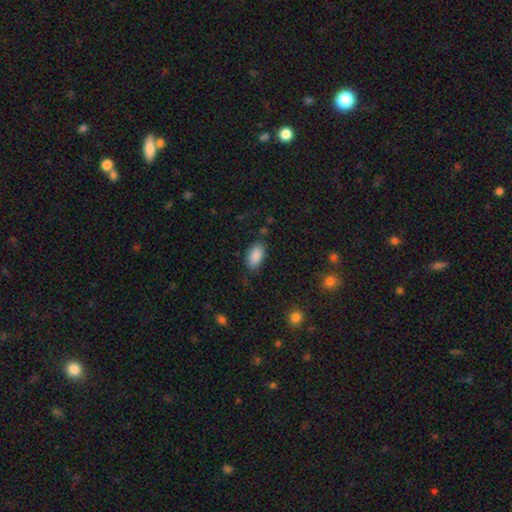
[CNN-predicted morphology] Smooth or featured: smooth — 89% (star or artifact — 7%)
How rounded: in between — 94% (round — 3%)
Merging: none — 82% (minor disturbance — 13%)